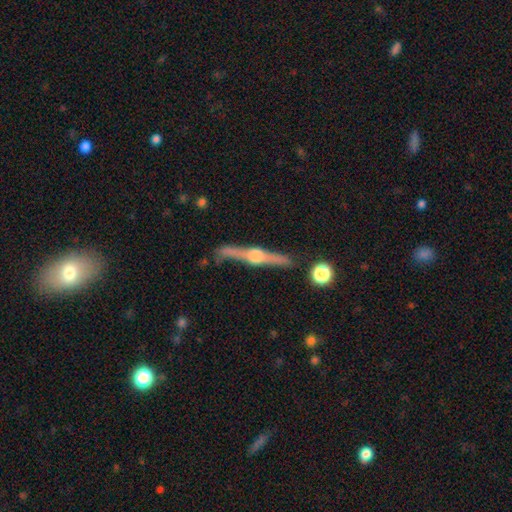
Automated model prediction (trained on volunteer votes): Smooth or featured? featured or disk (83%)
Edge-on disk? yes (98%)
Edge-on bulge? rounded (94%)
Merging? none (85%)